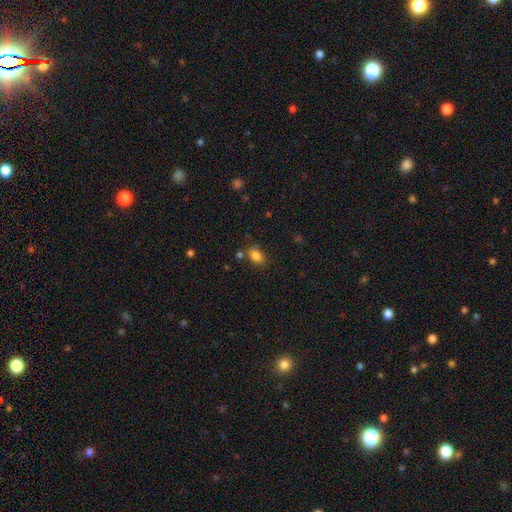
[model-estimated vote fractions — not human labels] Smooth or featured: smooth — 83% (star or artifact — 10%)
How rounded: in between — 80% (round — 18%)
Merging: none — 75% (minor disturbance — 14%)